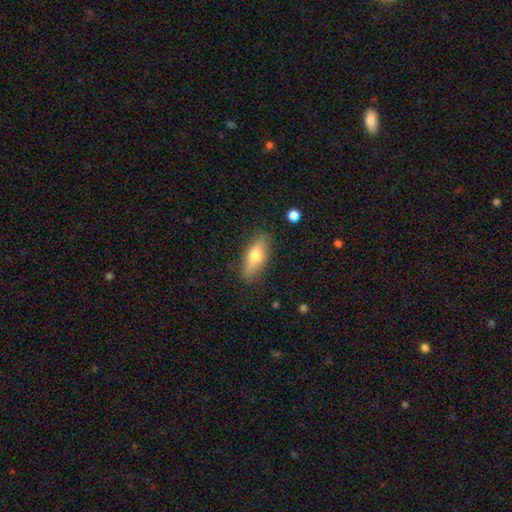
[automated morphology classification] type=smooth (56%); roundness=in between (58%); merging=none (84%).